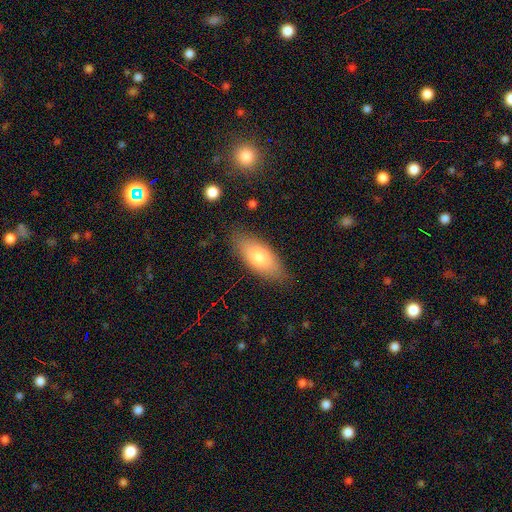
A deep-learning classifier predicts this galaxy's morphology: Q: Smooth or featured?
A: smooth (66%); runner-up: featured or disk (22%)
Q: How rounded?
A: in between (75%); runner-up: cigar-shaped (21%)
Q: Merging?
A: none (87%); runner-up: minor disturbance (9%)